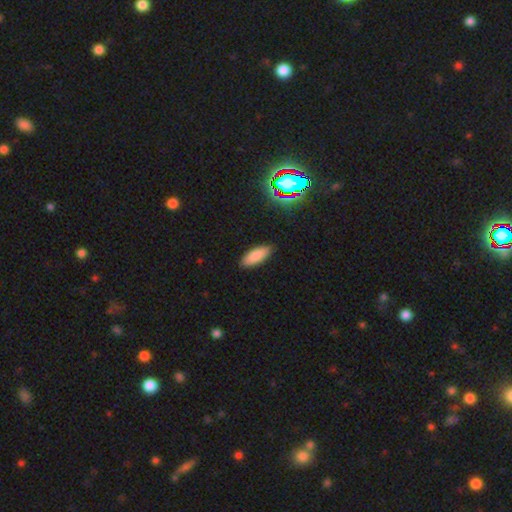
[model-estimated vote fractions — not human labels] smooth-or-featured: smooth: 83% | star or artifact: 8% | featured or disk: 8%
  how-rounded: in between: 74% | cigar-shaped: 24% | round: 2%
  merging: none: 88% | minor disturbance: 9% | major disturbance: 2% | merger: 1%